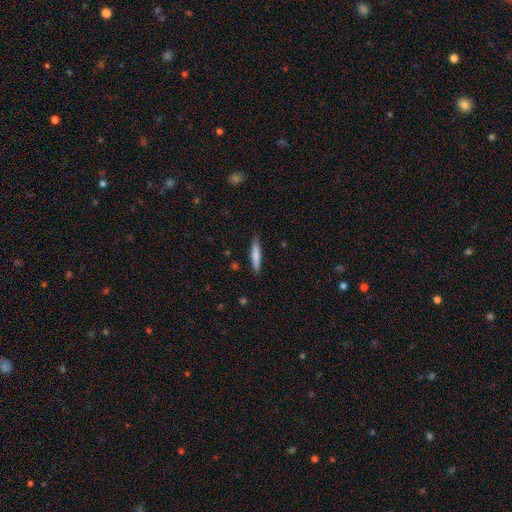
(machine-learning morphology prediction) The model was most divided on "smooth or featured": smooth: 79%, featured or disk: 16%, star or artifact: 6%. More confident: how rounded — cigar-shaped (89%); merging — none (87%).